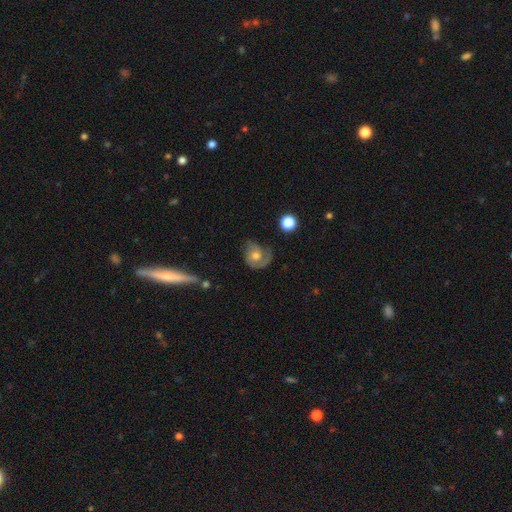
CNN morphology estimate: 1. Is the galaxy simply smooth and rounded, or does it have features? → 69% featured or disk, 24% smooth, 7% star or artifact.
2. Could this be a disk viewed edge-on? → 97% no, 3% yes.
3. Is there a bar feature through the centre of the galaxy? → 76% no, 20% weak, 3% strong.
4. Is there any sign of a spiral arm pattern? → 89% yes, 11% no.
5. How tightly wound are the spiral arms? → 40% tight, 39% medium, 21% loose.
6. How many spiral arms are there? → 44% 2, 39% 1, 11% can't tell, 3% 3, 1% 4, 1% more than 4.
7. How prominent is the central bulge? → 66% moderate, 22% small, 8% large, 3% none, 1% dominant.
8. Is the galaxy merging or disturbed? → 51% none, 25% minor disturbance, 21% major disturbance, 3% merger.